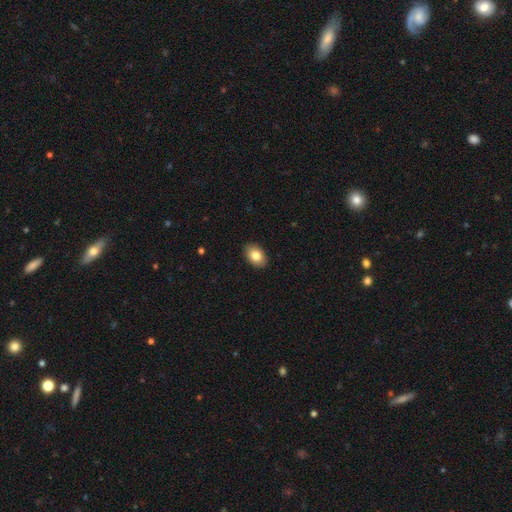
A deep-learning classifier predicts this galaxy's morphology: Q: Smooth or featured?
A: smooth (83%); runner-up: featured or disk (10%)
Q: How rounded?
A: in between (86%); runner-up: round (13%)
Q: Merging?
A: none (90%); runner-up: minor disturbance (7%)